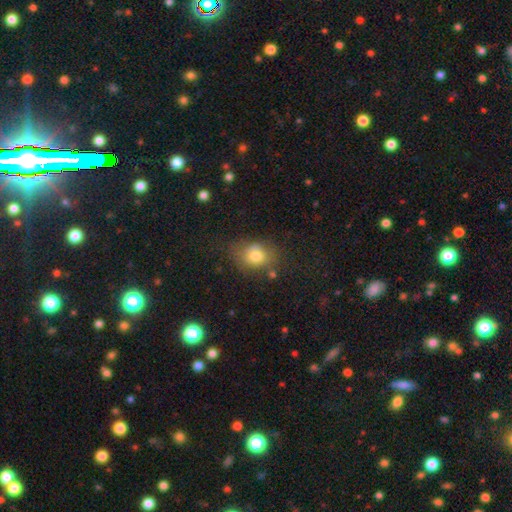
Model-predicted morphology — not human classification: type=smooth (77%); roundness=round (50%); merging=none (58%).